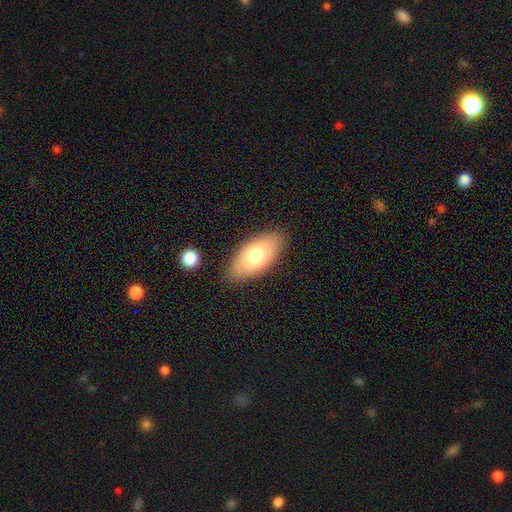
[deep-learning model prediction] A smooth galaxy with no disk features (75%) that is in between round and cigar-shaped (91%). Merging: none (83%).